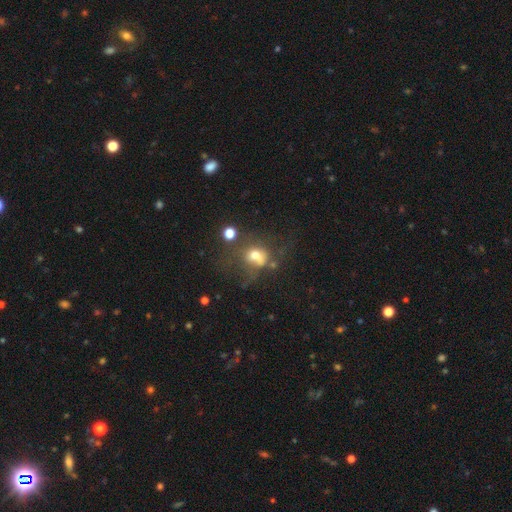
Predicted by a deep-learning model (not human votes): Smooth or featured? Predicted: smooth (p=0.56). How rounded? Predicted: round (p=0.56). Merging? Predicted: none (p=0.31).